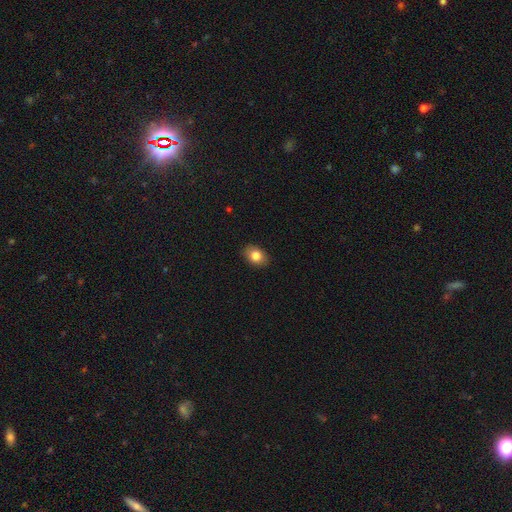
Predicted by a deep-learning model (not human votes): A smooth galaxy with no disk features (82%) that is in between round and cigar-shaped (72%).

Vote fractions:
- Smooth or featured? smooth: 82% / star or artifact: 9% / featured or disk: 9%
- How rounded? in between: 72% / round: 27% / cigar-shaped: 1%
- Merging? none: 88% / minor disturbance: 9% / major disturbance: 2% / merger: 1%